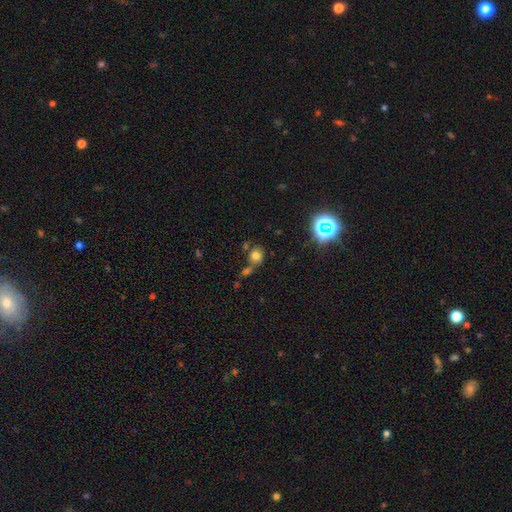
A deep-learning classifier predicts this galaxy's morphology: smooth_or_featured: smooth (p=0.71) [alt: star or artifact p=0.18]
how_rounded: round (p=0.73) [alt: in between p=0.25]
merging: none (p=0.56) [alt: merger p=0.26]